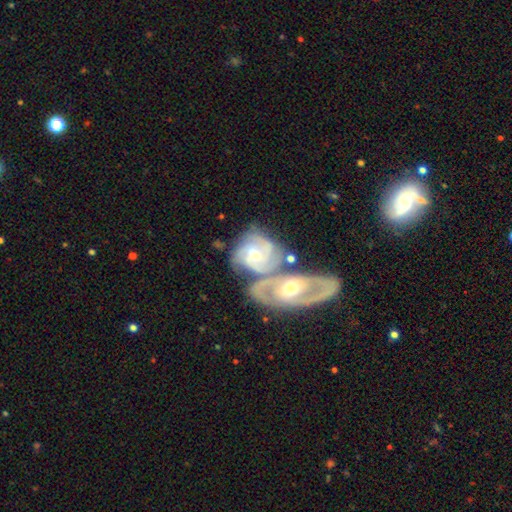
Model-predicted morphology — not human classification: A featured or disk galaxy (85%) with no bar (51%), 3 (43%) tight (52%) spiral arms (96%) and a moderate central bulge (60%). Merging: merger (52%).